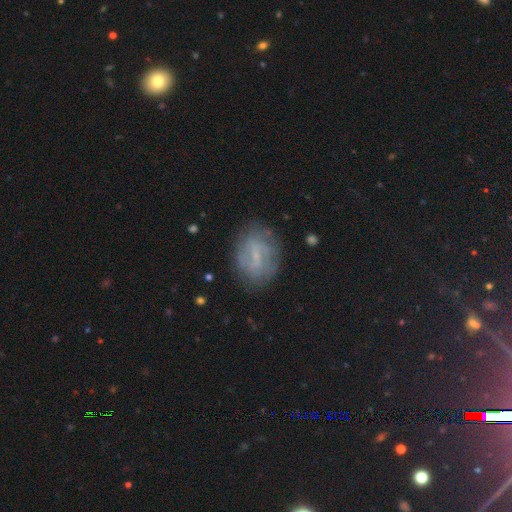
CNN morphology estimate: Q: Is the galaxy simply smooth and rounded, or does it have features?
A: featured or disk — 58%.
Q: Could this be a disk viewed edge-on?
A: no — 96%.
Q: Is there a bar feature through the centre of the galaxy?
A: weak — 54%.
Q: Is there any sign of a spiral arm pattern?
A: yes — 63%.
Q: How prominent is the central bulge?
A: small — 55%.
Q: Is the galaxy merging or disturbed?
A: none — 74%.